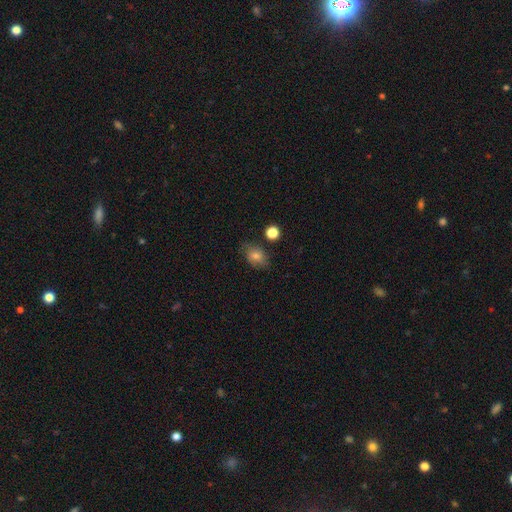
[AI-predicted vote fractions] Overall: smooth (72%). How rounded: in between (72%). Merging: none (72%).